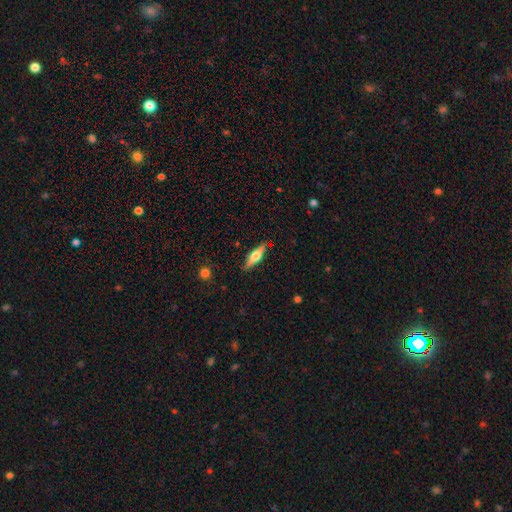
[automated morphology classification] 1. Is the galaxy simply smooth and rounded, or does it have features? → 56% featured or disk, 38% smooth, 6% star or artifact.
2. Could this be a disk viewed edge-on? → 95% yes, 5% no.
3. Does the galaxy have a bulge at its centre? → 91% rounded, 6% boxy, 3% none.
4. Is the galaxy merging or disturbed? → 87% none, 10% minor disturbance, 2% major disturbance, 2% merger.